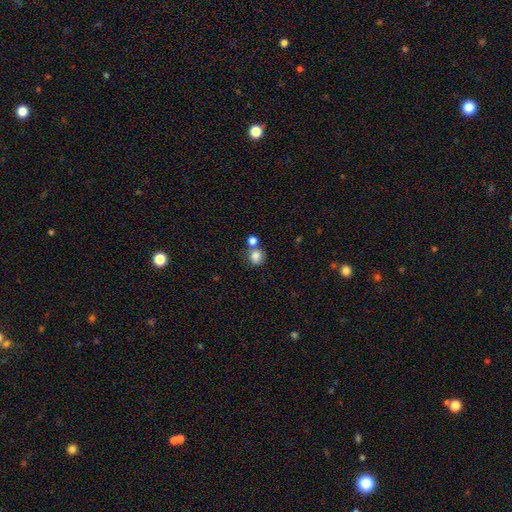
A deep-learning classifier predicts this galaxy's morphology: smooth_or_featured: smooth (p=0.82) [alt: star or artifact p=0.10]
how_rounded: round (p=0.82) [alt: in between p=0.17]
merging: none (p=0.53) [alt: merger p=0.31]